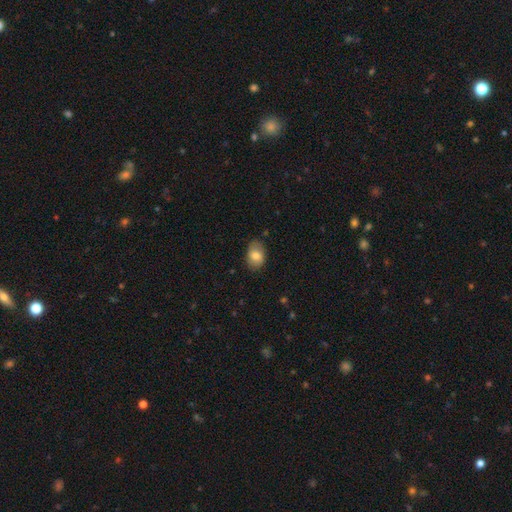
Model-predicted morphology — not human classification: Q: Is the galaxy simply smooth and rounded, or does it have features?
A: smooth — 79%.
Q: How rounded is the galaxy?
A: in between — 82%.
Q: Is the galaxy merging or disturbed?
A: none — 80%.